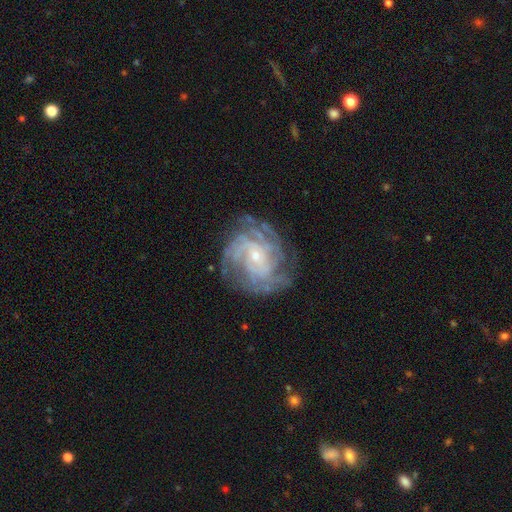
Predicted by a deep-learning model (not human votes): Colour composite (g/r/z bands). It shows a featured or disk galaxy (87%) with no bar (66%), 4 (26%, tied with can't tell) tight (69%) spiral arms (97%) and a small central bulge (81%). Merging: none (75%).